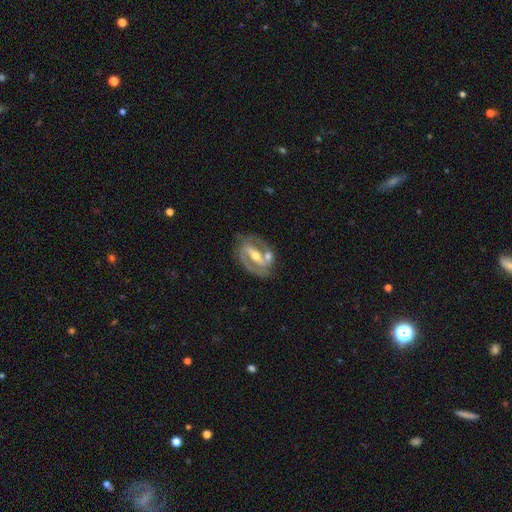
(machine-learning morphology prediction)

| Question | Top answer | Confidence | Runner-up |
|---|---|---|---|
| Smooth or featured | featured or disk | 85% | smooth (10%) |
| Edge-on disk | no | 95% | yes (5%) |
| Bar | strong | 63% | weak (24%) |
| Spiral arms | yes | 87% | no (13%) |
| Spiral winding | medium | 44% | tied: tight (44%) |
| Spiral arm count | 2 | 84% | 1 (7%) |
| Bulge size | moderate | 60% | small (34%) |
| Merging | none | 66% | minor disturbance (14%) |